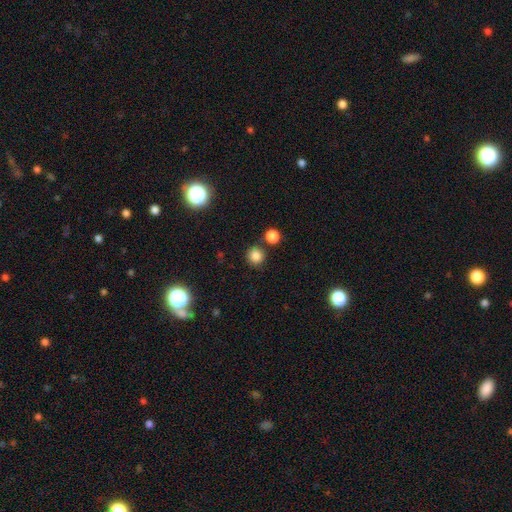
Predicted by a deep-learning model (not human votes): smooth_or_featured: smooth (p=0.83) [alt: star or artifact p=0.13]
how_rounded: round (p=0.93) [alt: in between p=0.06]
merging: none (p=0.83) [alt: merger p=0.08]